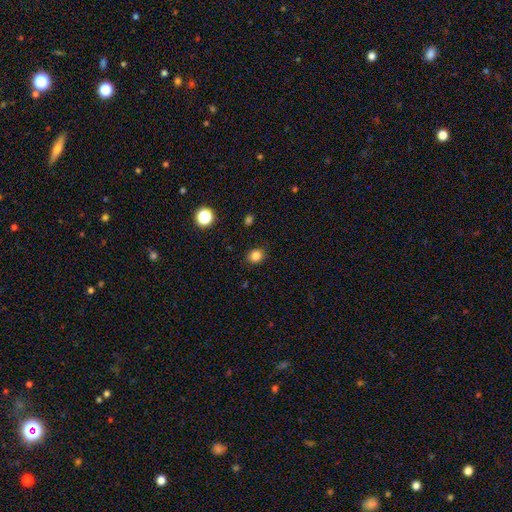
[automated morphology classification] Smooth or featured? smooth (83%)
How rounded? round (75%)
Merging? none (89%)